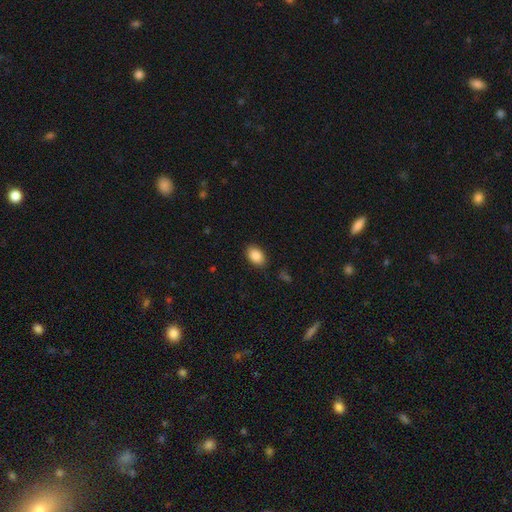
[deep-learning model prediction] smooth_or_featured: smooth (p=0.88) [alt: star or artifact p=0.07]
how_rounded: in between (p=0.86) [alt: round p=0.13]
merging: none (p=0.87) [alt: minor disturbance p=0.09]